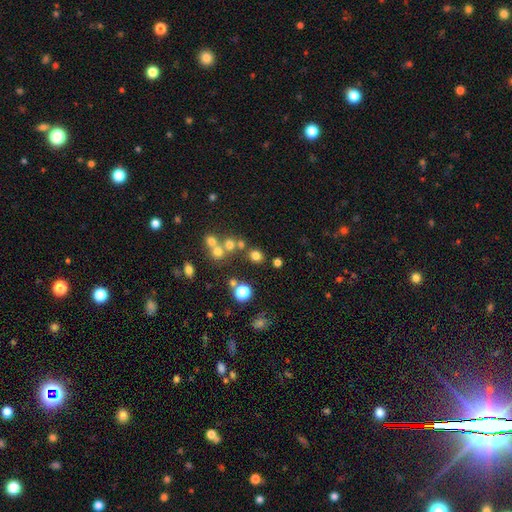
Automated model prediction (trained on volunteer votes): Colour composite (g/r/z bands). It shows a smooth galaxy with no disk features (70%) that is round (78%). Merging: none (72%).